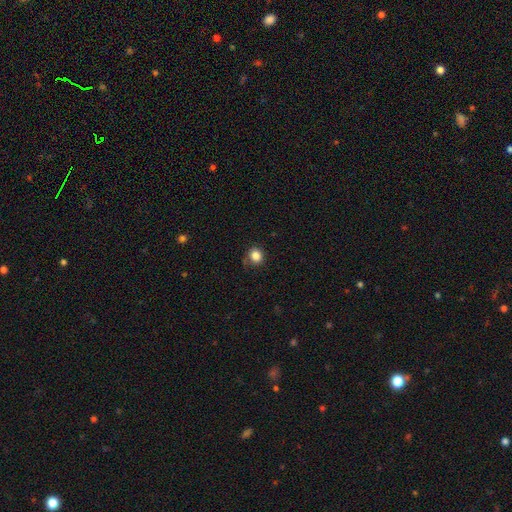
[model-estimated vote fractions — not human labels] A smooth galaxy with no disk features (85%) that is round (79%).

Vote fractions:
- Smooth or featured? smooth: 85% / star or artifact: 11% / featured or disk: 5%
- How rounded? round: 79% / in between: 20% / cigar-shaped: 1%
- Merging? none: 80% / minor disturbance: 15% / major disturbance: 3% / merger: 2%